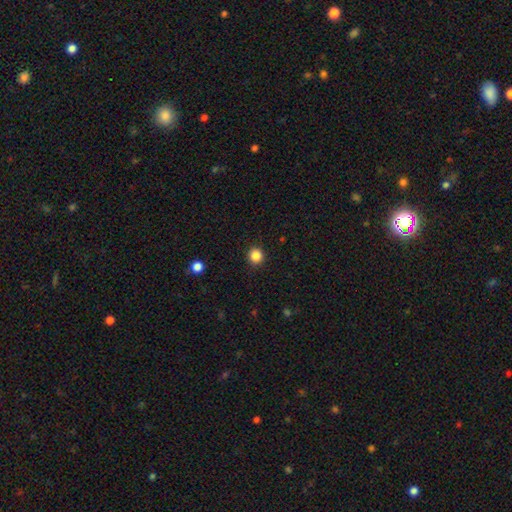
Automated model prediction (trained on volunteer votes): Q: Smooth or featured?
A: smooth (86%); runner-up: star or artifact (11%)
Q: How rounded?
A: round (93%); runner-up: in between (7%)
Q: Merging?
A: none (92%); runner-up: minor disturbance (5%)